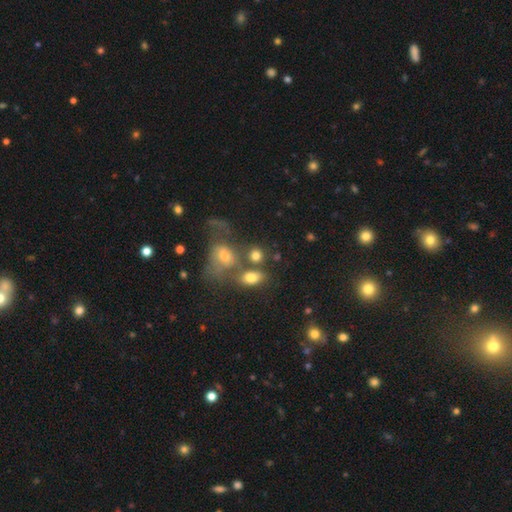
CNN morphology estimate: smooth-or-featured: smooth: 75% | featured or disk: 14% | star or artifact: 11%
  how-rounded: in between: 51% | round: 47% | cigar-shaped: 2%
  merging: none: 40% | merger: 37% | minor disturbance: 13% | major disturbance: 10%